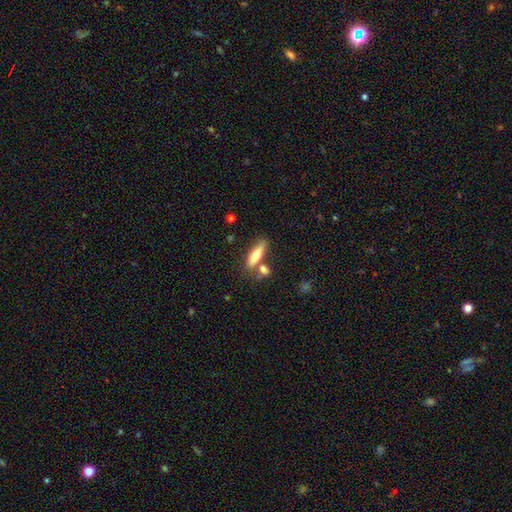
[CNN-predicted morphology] Smooth or featured: smooth — 68% (featured or disk — 26%)
How rounded: cigar-shaped — 61% (in between — 37%)
Merging: none — 66% (merger — 18%)